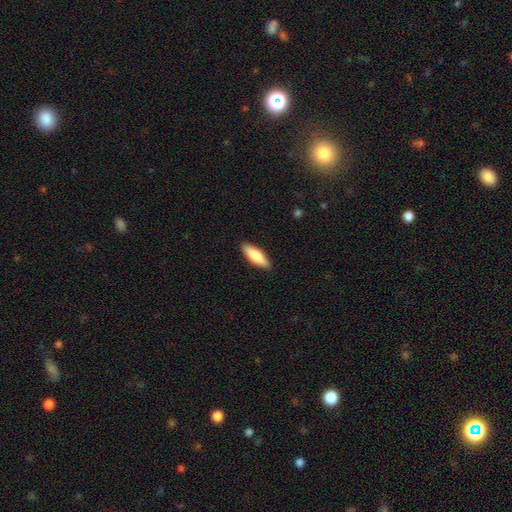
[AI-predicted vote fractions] smooth 78%, featured or disk 17%, star or artifact 5%. Down the decision tree: how rounded — in between (57%); merging — none (90%).